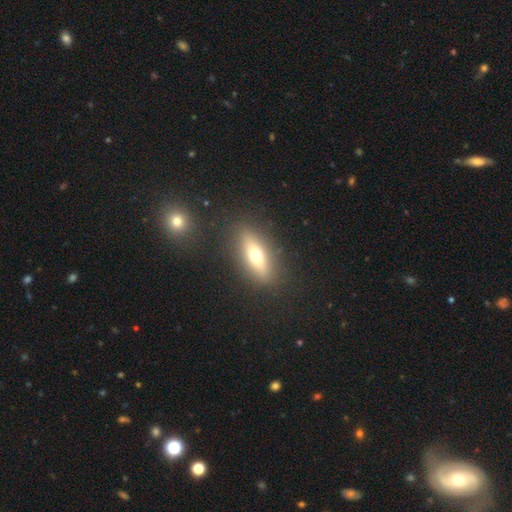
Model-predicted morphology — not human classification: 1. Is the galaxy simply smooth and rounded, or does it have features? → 55% smooth, 36% featured or disk, 9% star or artifact.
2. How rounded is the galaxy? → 54% in between, 42% cigar-shaped, 4% round.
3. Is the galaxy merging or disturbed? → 85% none, 9% minor disturbance, 3% major disturbance, 3% merger.